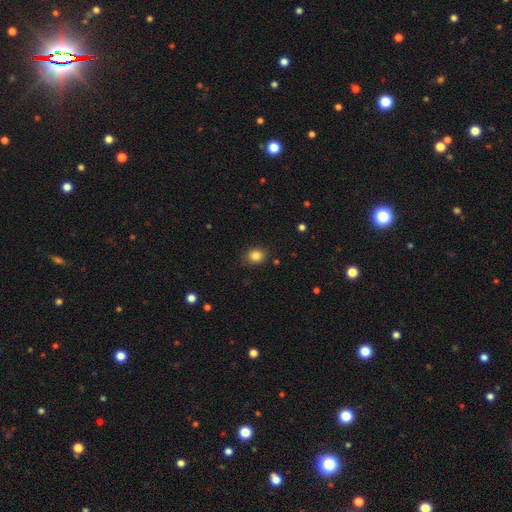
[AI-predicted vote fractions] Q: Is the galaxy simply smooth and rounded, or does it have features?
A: smooth — 84%.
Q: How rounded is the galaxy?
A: round — 65%.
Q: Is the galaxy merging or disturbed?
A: none — 85%.